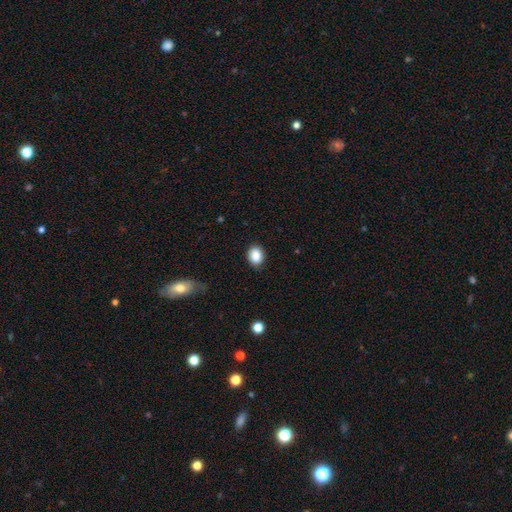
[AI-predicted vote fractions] smooth_or_featured: smooth (p=0.88) [alt: star or artifact p=0.08]
how_rounded: in between (p=0.55) [alt: round p=0.44]
merging: none (p=0.85) [alt: minor disturbance p=0.11]